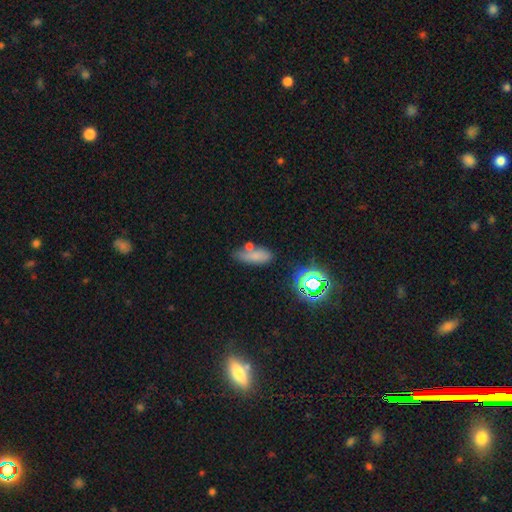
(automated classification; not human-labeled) smooth_or_featured: smooth (p=0.67) [alt: star or artifact p=0.20]
how_rounded: in between (p=0.72) [alt: cigar-shaped p=0.22]
merging: none (p=0.52) [alt: minor disturbance p=0.20]